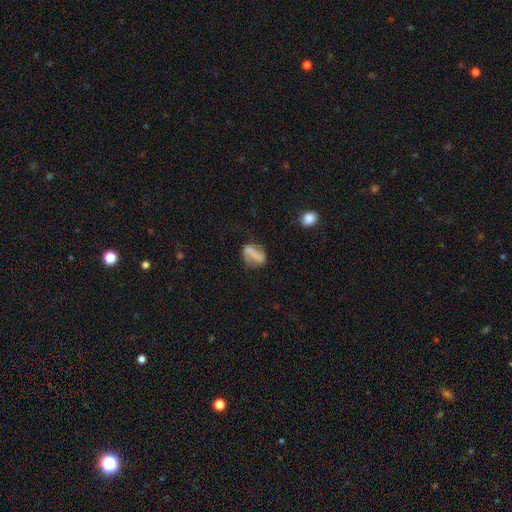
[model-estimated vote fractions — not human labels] smooth 52%, featured or disk 37%, star or artifact 10%. Down the decision tree: how rounded — in between (66%); merging — none (55%).